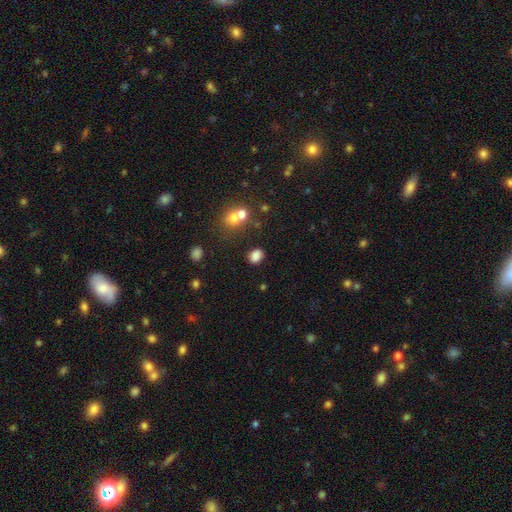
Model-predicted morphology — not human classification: Overall: smooth (81%). How rounded: in between (60%; round 38%). Merging: none (76%).